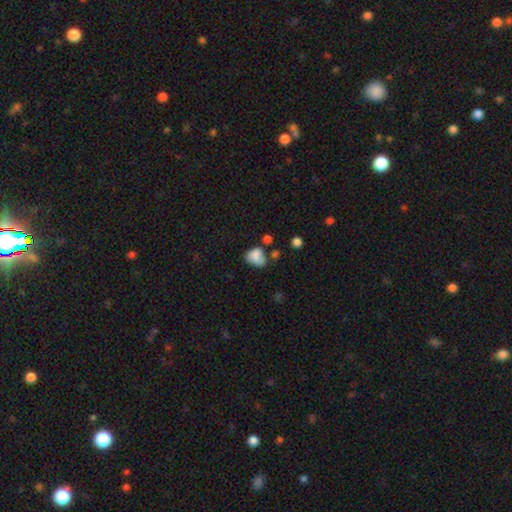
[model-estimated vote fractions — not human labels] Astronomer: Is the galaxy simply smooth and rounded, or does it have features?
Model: smooth — 79%.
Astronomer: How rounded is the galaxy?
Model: in between — 68%.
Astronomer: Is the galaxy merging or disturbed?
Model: none — 36% (runner-up: minor disturbance, 31%).